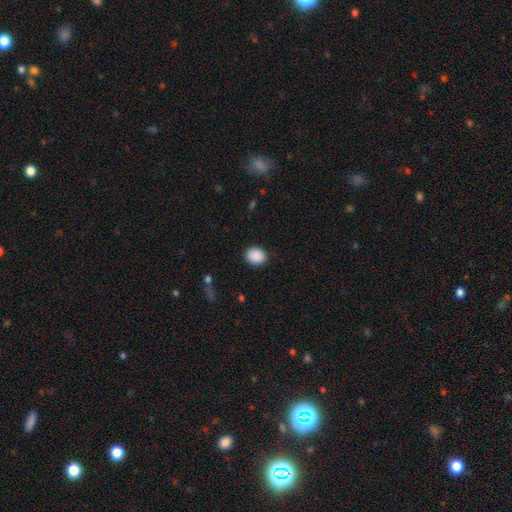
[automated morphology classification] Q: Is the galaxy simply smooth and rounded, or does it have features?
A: smooth — 90%.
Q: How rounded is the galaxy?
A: round — 68%.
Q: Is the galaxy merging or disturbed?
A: none — 90%.